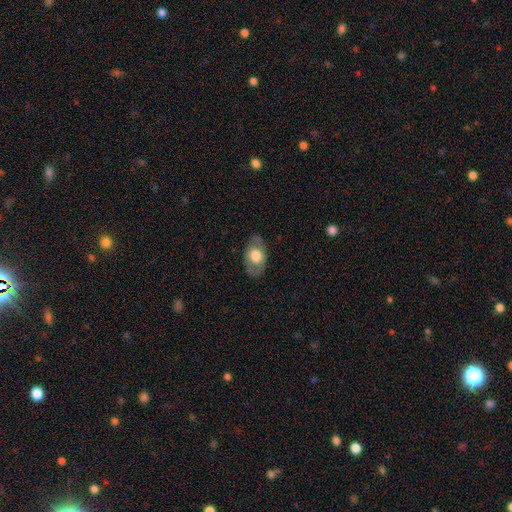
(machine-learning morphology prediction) smooth_or_featured: smooth (p=0.49) [alt: featured or disk p=0.45]
merging: none (p=0.78) [alt: minor disturbance p=0.16]